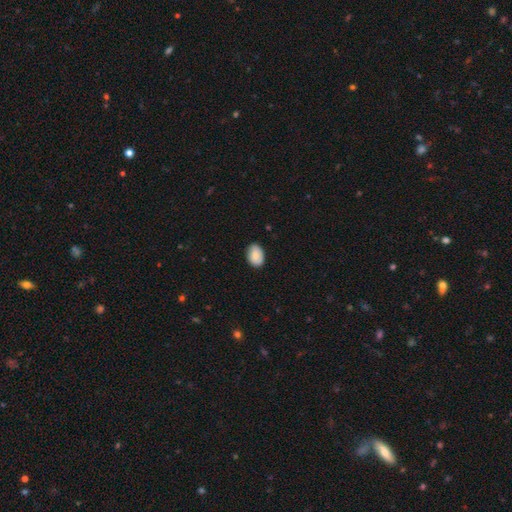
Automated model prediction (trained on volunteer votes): Smooth or featured? smooth (82%)
How rounded? in between (82%)
Merging? none (83%)